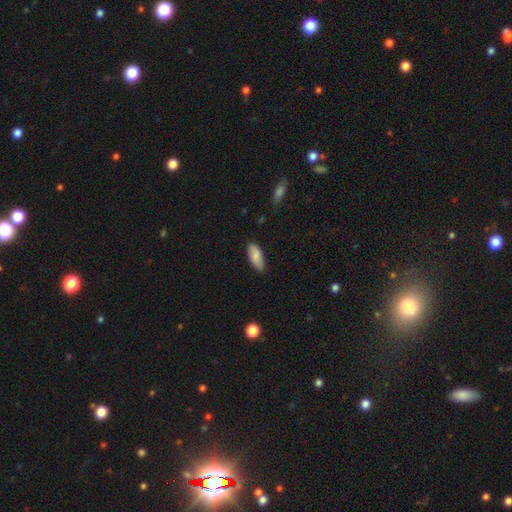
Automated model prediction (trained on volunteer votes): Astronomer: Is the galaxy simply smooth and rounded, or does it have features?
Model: smooth — 84%.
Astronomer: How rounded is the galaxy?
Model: in between — 84%.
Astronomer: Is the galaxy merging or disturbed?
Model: none — 80%.